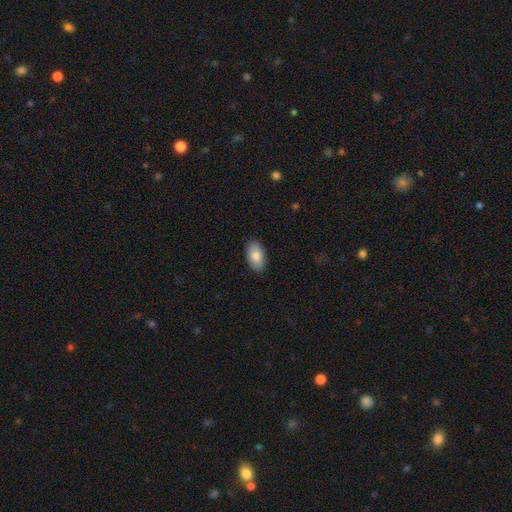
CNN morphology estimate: A smooth galaxy with no disk features (84%) that is in between round and cigar-shaped (94%).

Vote fractions:
- Smooth or featured? smooth: 84% / featured or disk: 10% / star or artifact: 6%
- How rounded? in between: 94% / round: 4% / cigar-shaped: 2%
- Merging? none: 88% / minor disturbance: 9% / major disturbance: 2% / merger: 1%